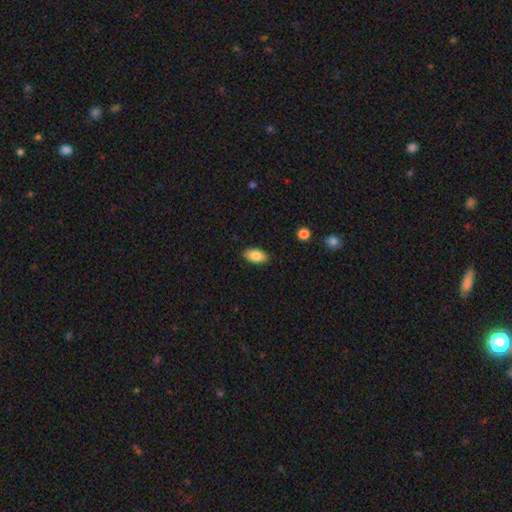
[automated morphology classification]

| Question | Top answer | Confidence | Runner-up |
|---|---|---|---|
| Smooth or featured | smooth | 84% | featured or disk (8%) |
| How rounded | in between | 93% | round (4%) |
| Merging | none | 88% | minor disturbance (9%) |